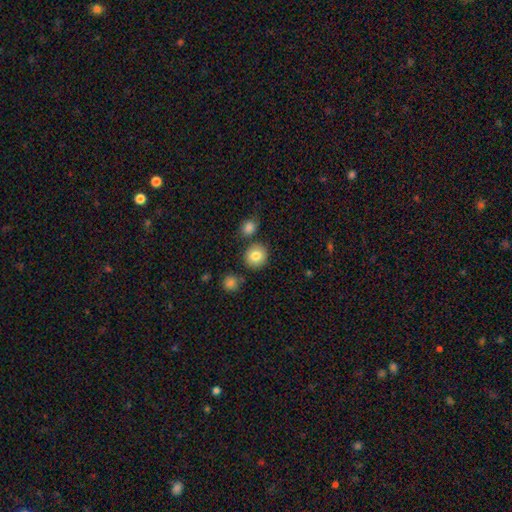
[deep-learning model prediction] Overall: smooth (82%). How rounded: round (87%). Merging: none (82%).